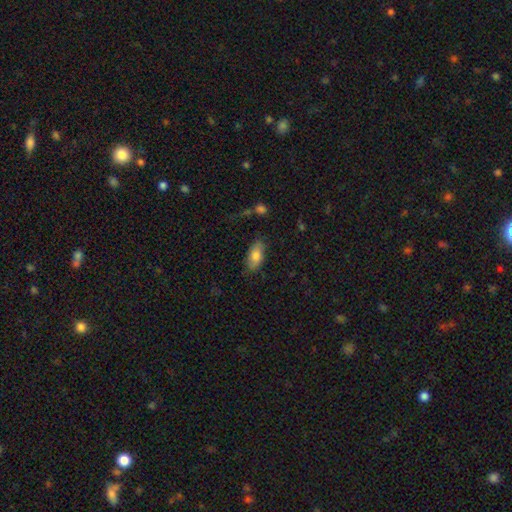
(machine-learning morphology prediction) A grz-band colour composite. It shows a smooth galaxy with no disk features (77%) that is in between round and cigar-shaped (89%). Merging: none (80%).